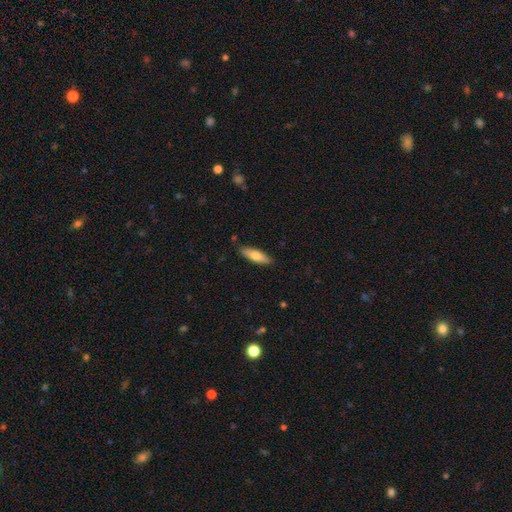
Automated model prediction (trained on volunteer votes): Morphology: type=smooth (68%); roundness=cigar-shaped (54%); merging=none (87%).